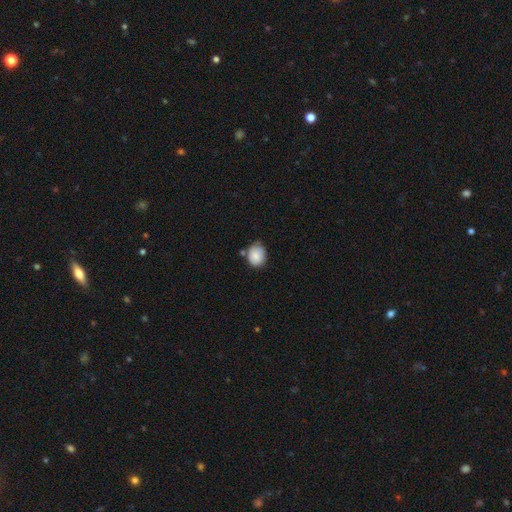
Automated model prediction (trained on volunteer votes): This is clearly a smooth galaxy (85%). How rounded: possibly round (59%). Merging: likely none (62%).